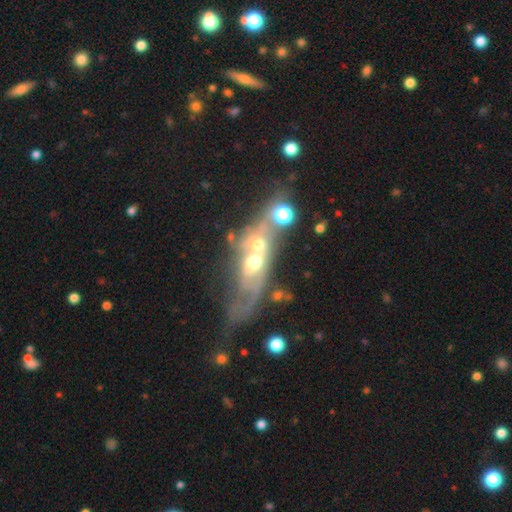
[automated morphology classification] Smooth or featured? featured or disk (65%)
Edge-on disk? no (81%)
Bar? no (74%)
Spiral arms? no (52%)
Bulge size? moderate (56%)
Merging? merger (48%)